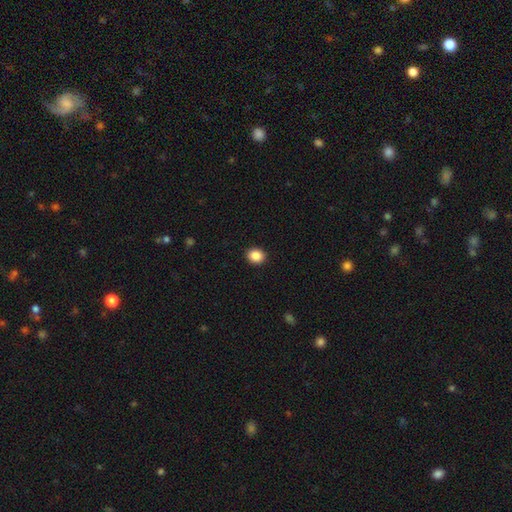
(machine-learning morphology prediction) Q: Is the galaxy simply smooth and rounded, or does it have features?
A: smooth — 87%.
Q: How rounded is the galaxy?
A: round — 70%.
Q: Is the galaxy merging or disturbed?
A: none — 92%.